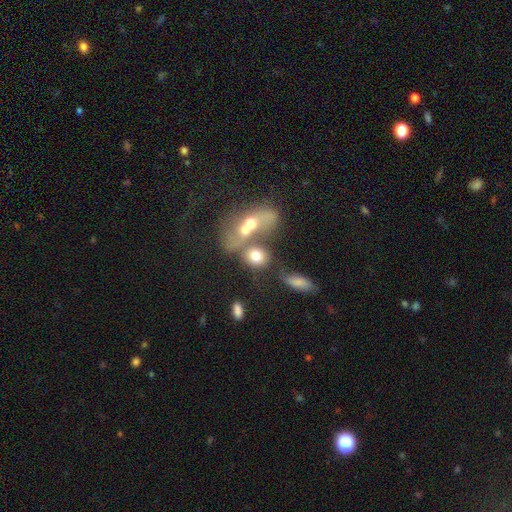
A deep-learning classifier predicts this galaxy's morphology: The model was most divided on "how rounded" (2-way tie): round: 49%, in between: 49%, cigar-shaped: 3%. More confident: smooth or featured — smooth (67%); merging — merger (52%).